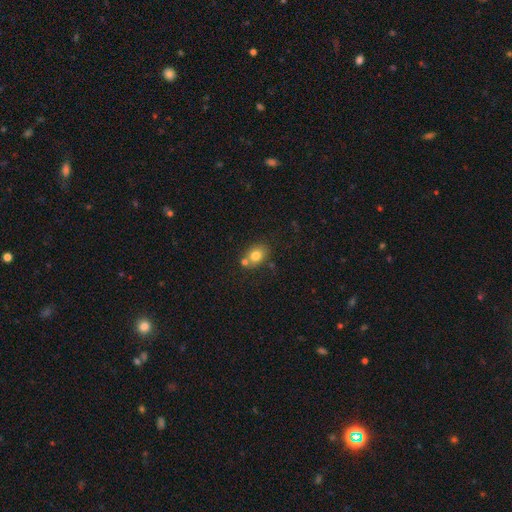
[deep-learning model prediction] Overall: smooth (77%). How rounded: in between (55%; round 44%). Merging: none (61%; merger 23%).